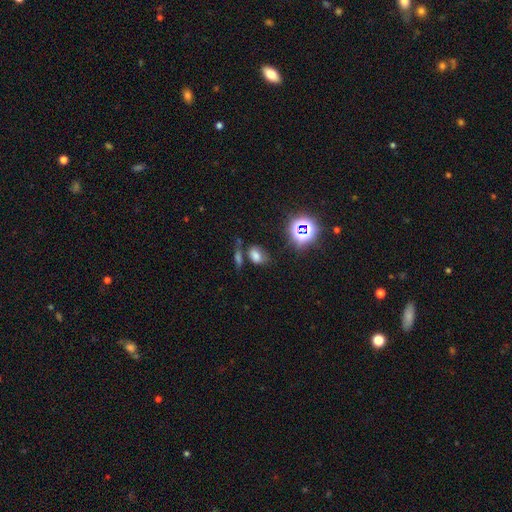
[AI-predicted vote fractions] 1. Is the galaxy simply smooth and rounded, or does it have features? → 65% smooth, 24% star or artifact, 11% featured or disk.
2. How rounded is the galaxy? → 84% in between, 14% round, 2% cigar-shaped.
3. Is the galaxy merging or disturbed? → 57% none, 18% merger, 17% minor disturbance, 8% major disturbance.